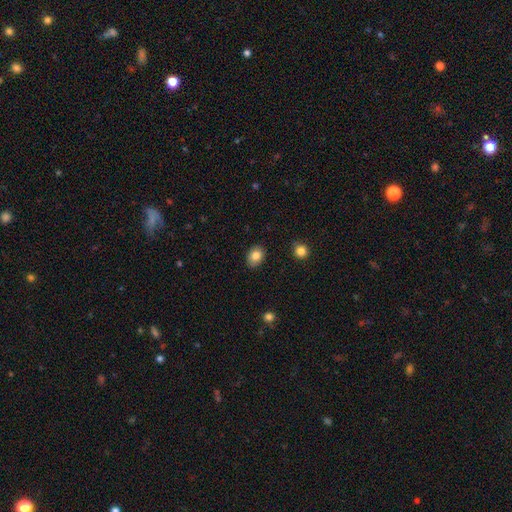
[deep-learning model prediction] Q: Smooth or featured?
A: smooth (84%); runner-up: star or artifact (9%)
Q: How rounded?
A: in between (67%); runner-up: round (32%)
Q: Merging?
A: none (87%); runner-up: minor disturbance (10%)